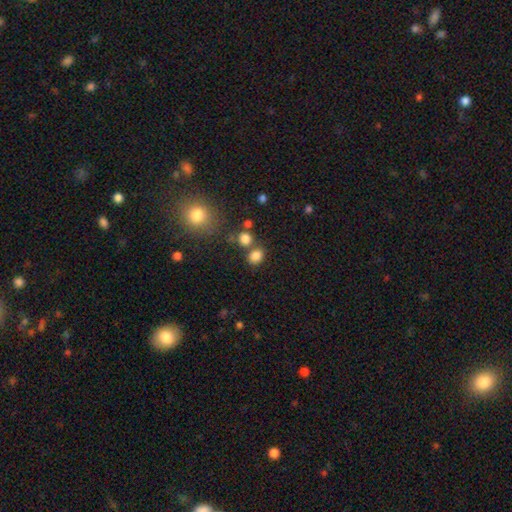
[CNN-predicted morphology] Smooth or featured: smooth — 81% (star or artifact — 13%)
How rounded: round — 55% (in between — 44%)
Merging: none — 66% (merger — 19%)